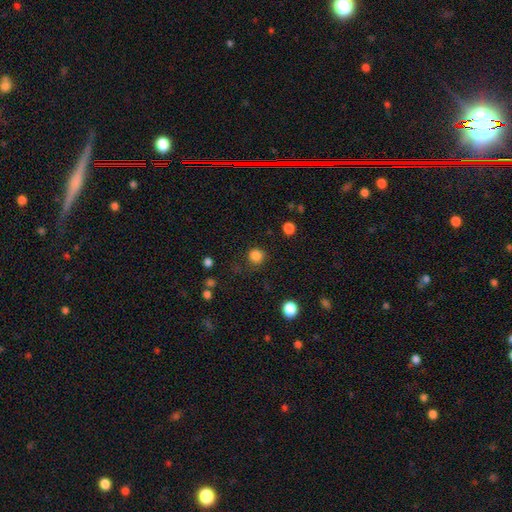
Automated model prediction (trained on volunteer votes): Smooth or featured? smooth (84%)
How rounded? round (90%)
Merging? none (77%)